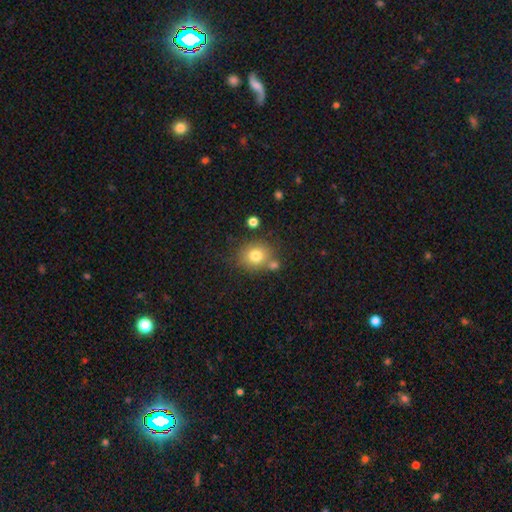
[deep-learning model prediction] This is likely a smooth galaxy (78%). How rounded: likely round (78%). Merging: likely none (67%).